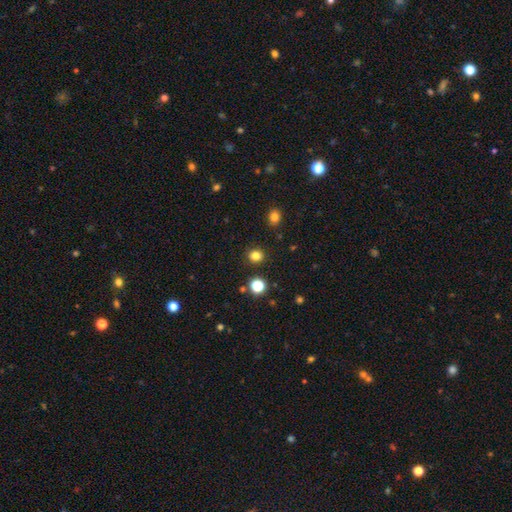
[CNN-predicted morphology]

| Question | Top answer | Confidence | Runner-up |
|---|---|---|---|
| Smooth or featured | smooth | 81% | star or artifact (15%) |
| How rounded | round | 82% | in between (17%) |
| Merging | none | 89% | minor disturbance (6%) |